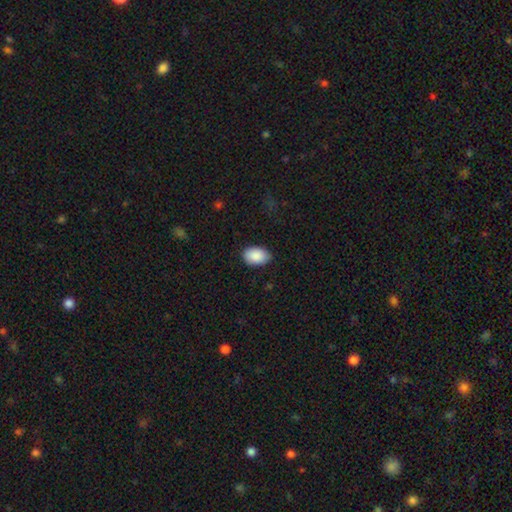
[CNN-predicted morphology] smooth-or-featured: smooth: 90% | star or artifact: 6% | featured or disk: 4%
  how-rounded: in between: 88% | round: 10% | cigar-shaped: 1%
  merging: none: 81% | minor disturbance: 16% | major disturbance: 3% | merger: 1%